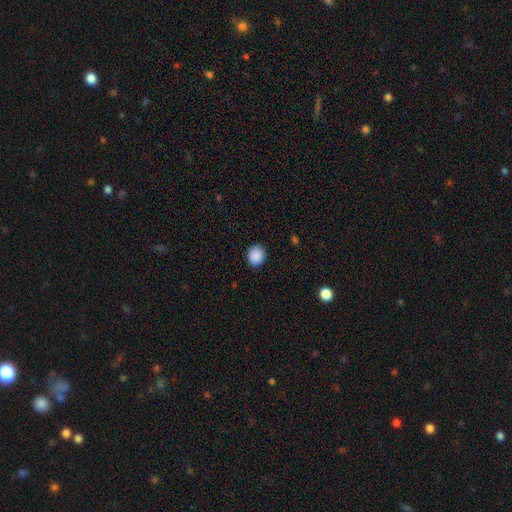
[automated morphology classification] A smooth galaxy with no disk features (89%) that is round (80%).

Vote fractions:
- Smooth or featured? smooth: 89% / star or artifact: 8% / featured or disk: 3%
- How rounded? round: 80% / in between: 19% / cigar-shaped: 1%
- Merging? none: 89% / minor disturbance: 7% / major disturbance: 2% / merger: 1%